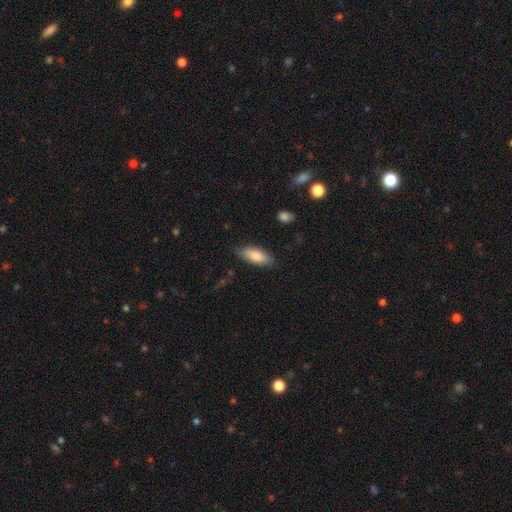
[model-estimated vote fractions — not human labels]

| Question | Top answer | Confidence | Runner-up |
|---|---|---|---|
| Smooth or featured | smooth | 83% | featured or disk (11%) |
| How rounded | in between | 79% | cigar-shaped (19%) |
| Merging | none | 82% | minor disturbance (14%) |